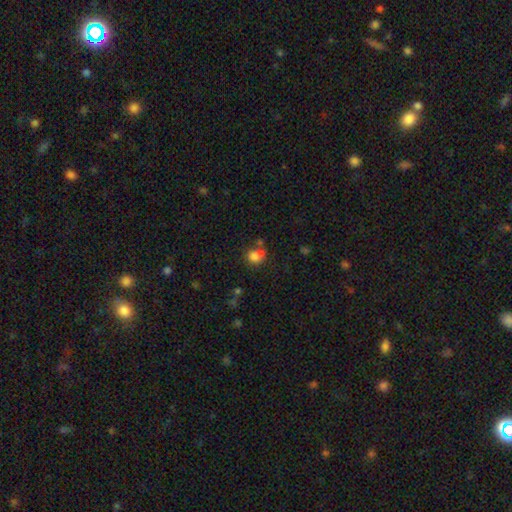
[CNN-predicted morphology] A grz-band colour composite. It shows a smooth galaxy with no disk features (77%) that is round (68%). Merging: none (44%).